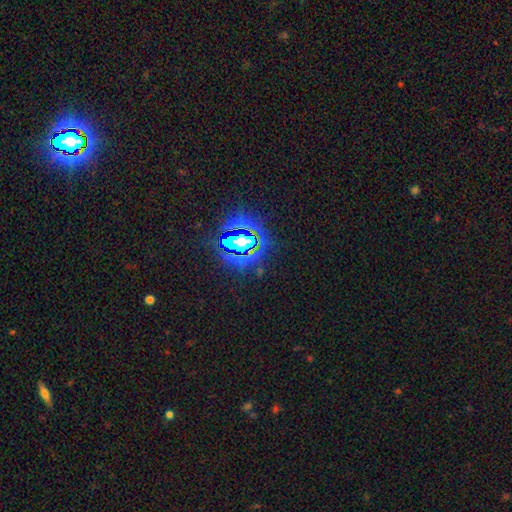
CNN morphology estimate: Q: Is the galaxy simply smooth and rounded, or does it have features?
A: star or artifact — 82%.